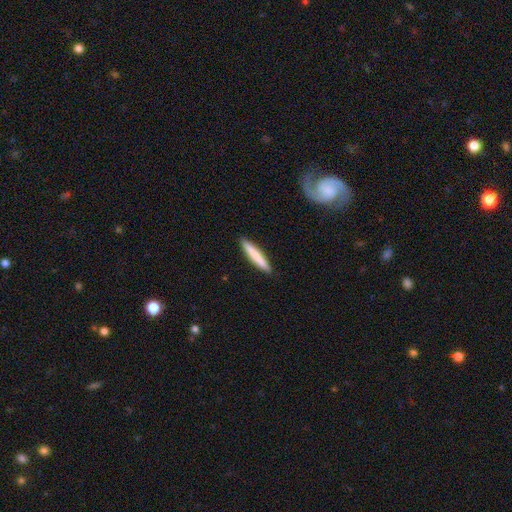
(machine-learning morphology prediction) This is likely a smooth galaxy (78%). How rounded: clearly cigar-shaped (94%). Merging: clearly none (92%).